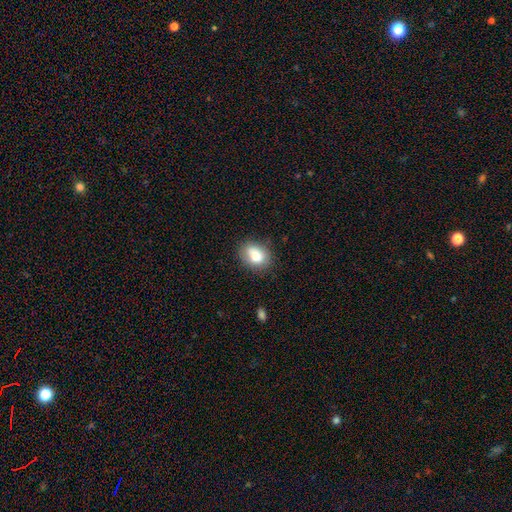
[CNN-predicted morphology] Overall: smooth (80%). How rounded: in between (66%; round 32%). Merging: none (72%).